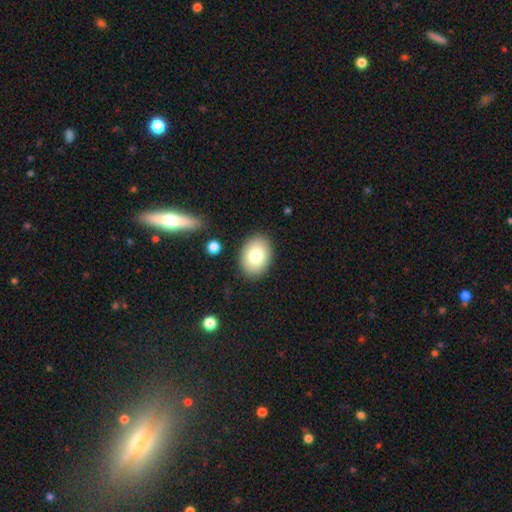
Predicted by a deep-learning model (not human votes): Smooth or featured? smooth (79%)
How rounded? in between (74%)
Merging? none (87%)